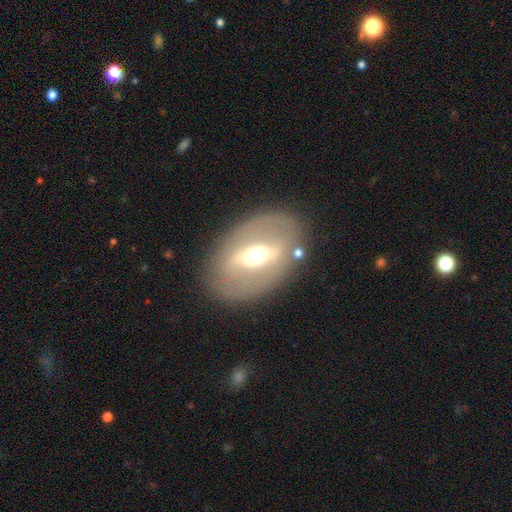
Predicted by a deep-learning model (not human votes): This appears to be a featured or disk galaxy (66%) with a strong bar (59%), no spiral arms (79%) and a moderate central bulge (68%). Merging: none (81%).